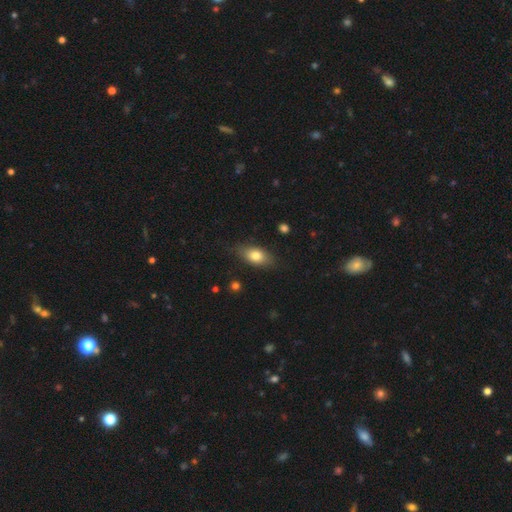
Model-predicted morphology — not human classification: This appears to be a smooth galaxy with no disk features (78%) that is in between round and cigar-shaped (84%). Merging: none (80%).